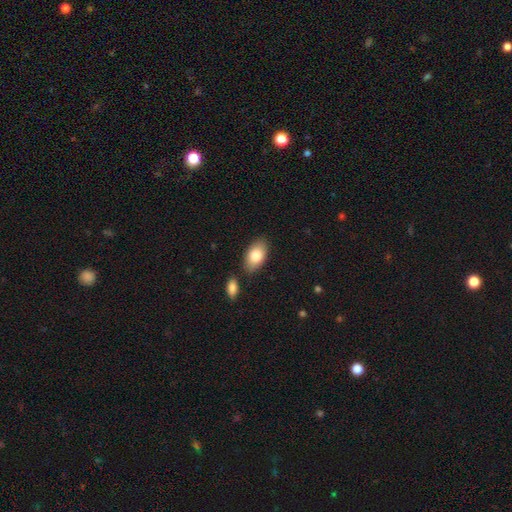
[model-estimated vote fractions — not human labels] Morphology: type=smooth (82%); roundness=in between (93%); merging=none (80%).